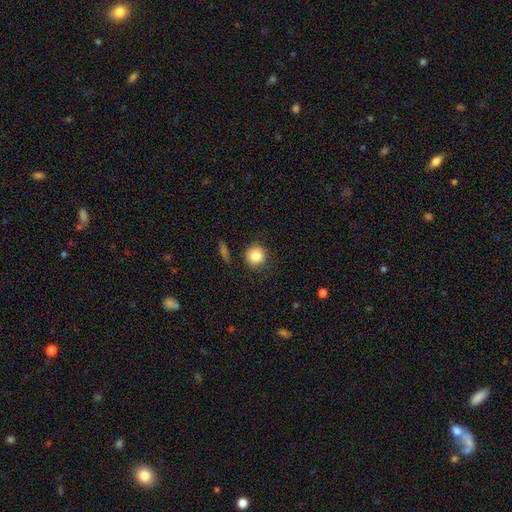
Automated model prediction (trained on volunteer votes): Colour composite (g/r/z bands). It shows a smooth galaxy with no disk features (83%) that is round (92%). Merging: none (86%).